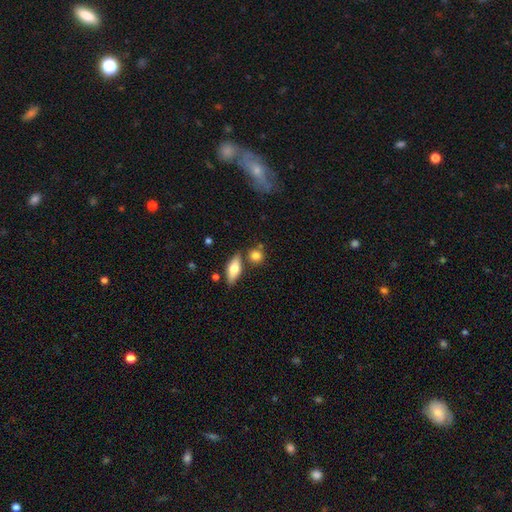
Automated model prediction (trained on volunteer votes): smooth 81%, featured or disk 11%, star or artifact 8%. Down the decision tree: how rounded — round (63%); merging — none (69%).